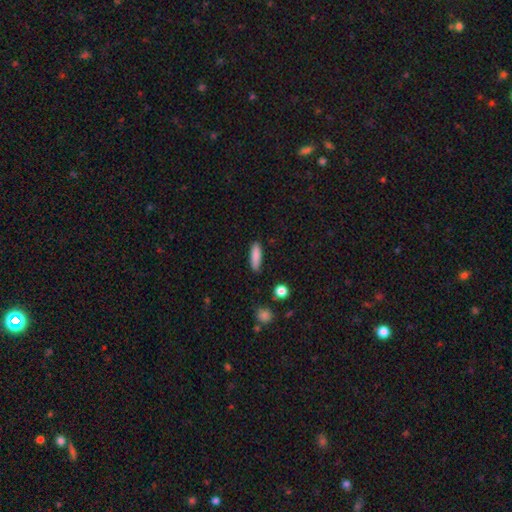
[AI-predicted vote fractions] smooth_or_featured: smooth (p=0.86) [alt: star or artifact p=0.07]
how_rounded: cigar-shaped (p=0.58) [alt: in between p=0.40]
merging: none (p=0.85) [alt: minor disturbance p=0.11]